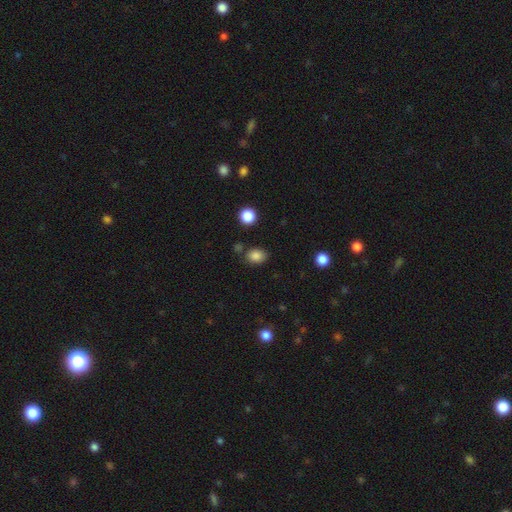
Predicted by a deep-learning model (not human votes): Smooth or featured? Predicted: smooth (p=0.85). How rounded? Predicted: in between (p=0.66). Merging? Predicted: none (p=0.76).